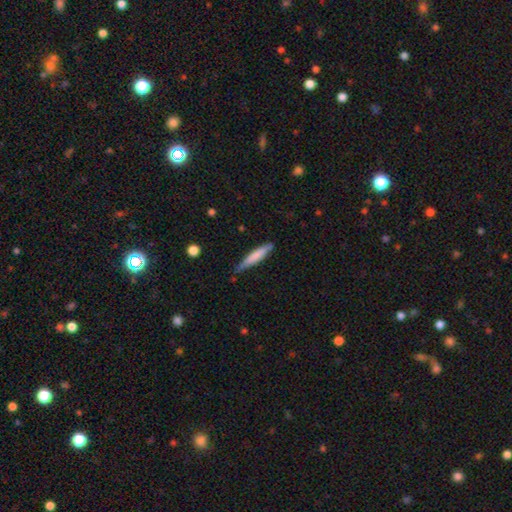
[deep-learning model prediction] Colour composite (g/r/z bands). It shows a smooth galaxy with no disk features (71%) that is cigar-shaped (90%). Merging: none (70%).